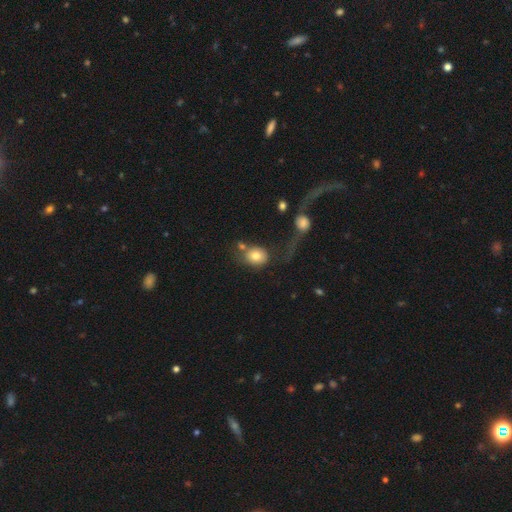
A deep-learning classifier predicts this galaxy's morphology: A smooth galaxy with no disk features (78%) that is round (58%).

Vote fractions:
- Smooth or featured? smooth: 78% / featured or disk: 13% / star or artifact: 9%
- How rounded? round: 58% / in between: 41% / cigar-shaped: 1%
- Merging? none: 41% / merger: 23% / major disturbance: 20% / minor disturbance: 16%